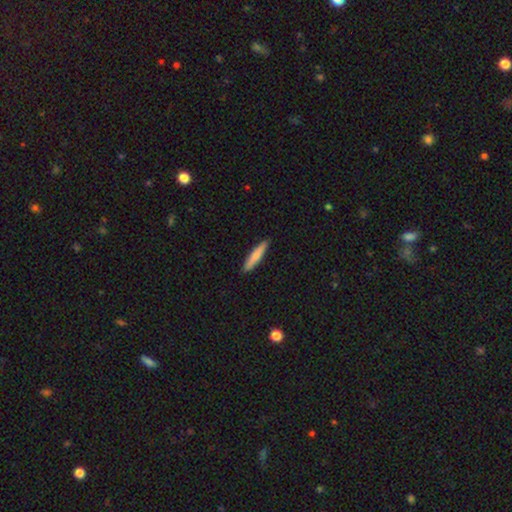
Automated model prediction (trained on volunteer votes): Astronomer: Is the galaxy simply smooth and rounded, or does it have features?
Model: smooth — 75%.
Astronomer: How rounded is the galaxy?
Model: cigar-shaped — 90%.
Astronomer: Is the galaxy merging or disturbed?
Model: none — 90%.